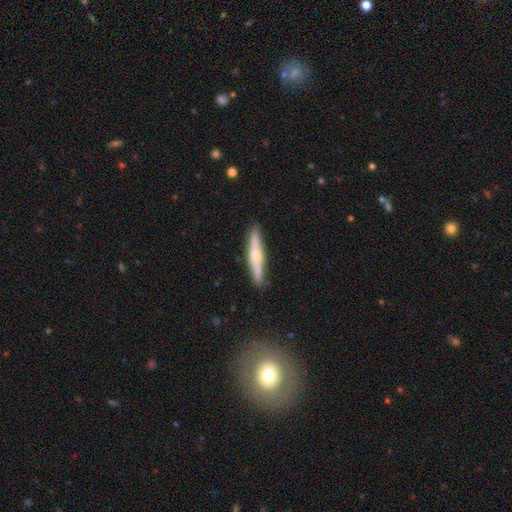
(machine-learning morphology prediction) Q: Smooth or featured?
A: featured or disk (54%); runner-up: smooth (40%)
Q: Edge-on disk?
A: yes (91%); runner-up: no (9%)
Q: Merging?
A: none (88%); runner-up: minor disturbance (9%)